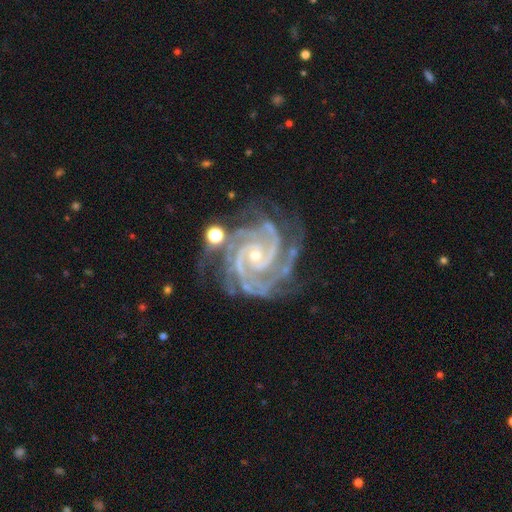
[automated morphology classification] The model was most divided on "spiral arm count": 2: 37%, 3: 32%, 4: 12%, can't tell: 8%, more than 4: 6%, 1: 6%. More confident: spiral arms — yes (99%); edge-on disk — no (98%); smooth or featured — featured or disk (94%); spiral winding — tight (71%); bulge size — small (67%); merging — none (64%); bar — no (60%).